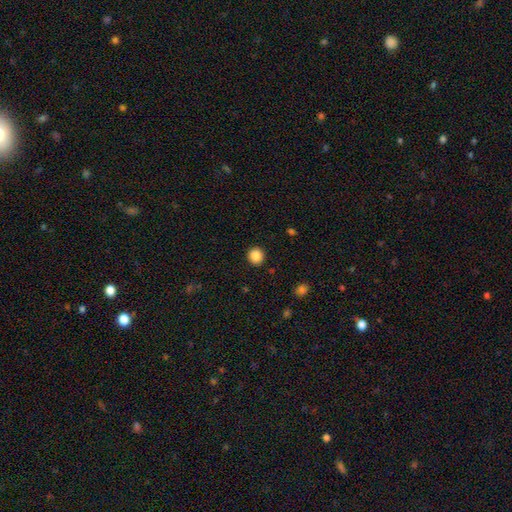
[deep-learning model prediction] smooth-or-featured: smooth: 86% | star or artifact: 10% | featured or disk: 4%
  how-rounded: round: 92% | in between: 7% | cigar-shaped: 1%
  merging: none: 92% | minor disturbance: 5% | major disturbance: 2% | merger: 1%